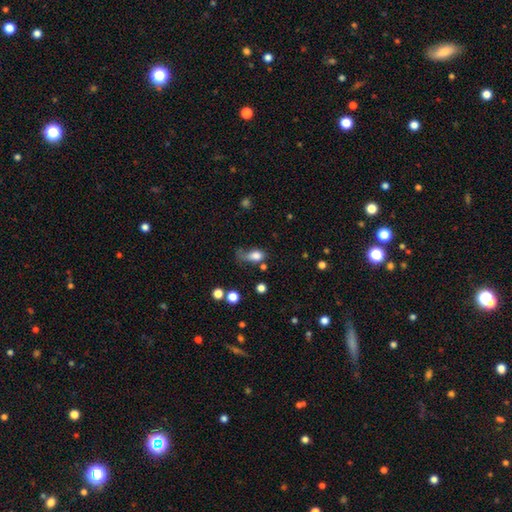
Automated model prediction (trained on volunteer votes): This appears to be a smooth galaxy with no disk features (79%) that is in between round and cigar-shaped (74%). Merging: none (31%).